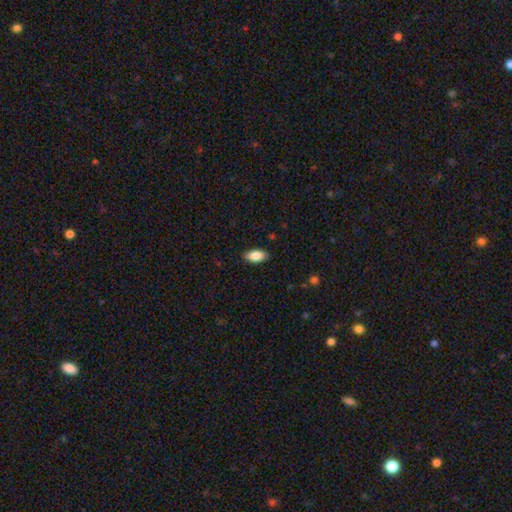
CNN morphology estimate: type=smooth (85%); roundness=in between (91%); merging=none (88%).